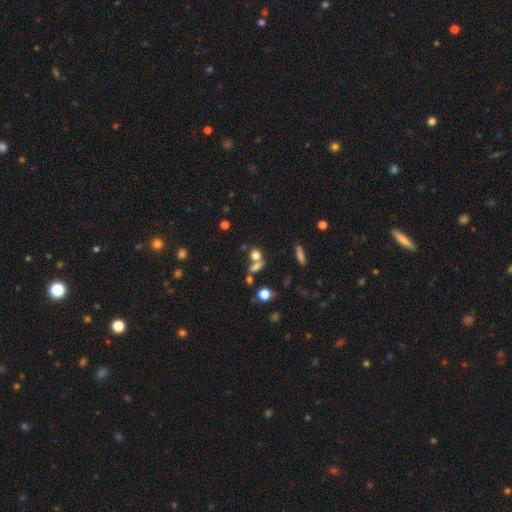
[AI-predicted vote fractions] Q: Smooth or featured?
A: smooth (71%); runner-up: star or artifact (18%)
Q: How rounded?
A: round (64%); runner-up: in between (31%)
Q: Merging?
A: none (47%); runner-up: merger (38%)